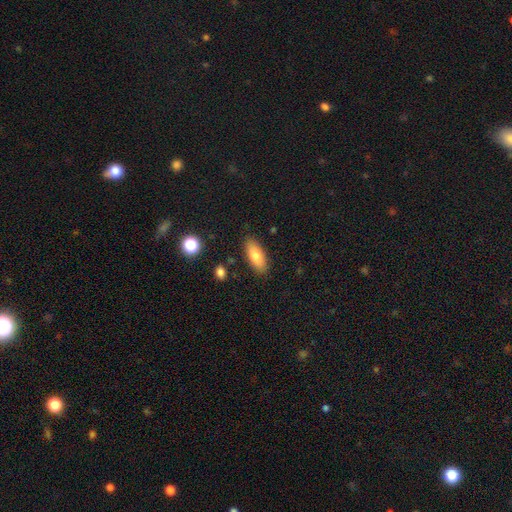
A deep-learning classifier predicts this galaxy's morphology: A smooth galaxy with no disk features (79%) that is in between round and cigar-shaped (79%).

Vote fractions:
- Smooth or featured? smooth: 79% / featured or disk: 14% / star or artifact: 7%
- How rounded? in between: 79% / cigar-shaped: 19% / round: 2%
- Merging? none: 86% / minor disturbance: 10% / major disturbance: 2% / merger: 2%